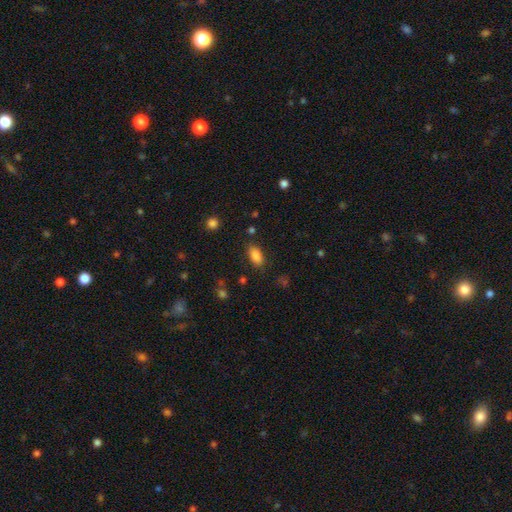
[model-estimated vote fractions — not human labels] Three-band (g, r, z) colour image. It shows a smooth galaxy with no disk features (86%) that is in between round and cigar-shaped (91%). Merging: none (81%).